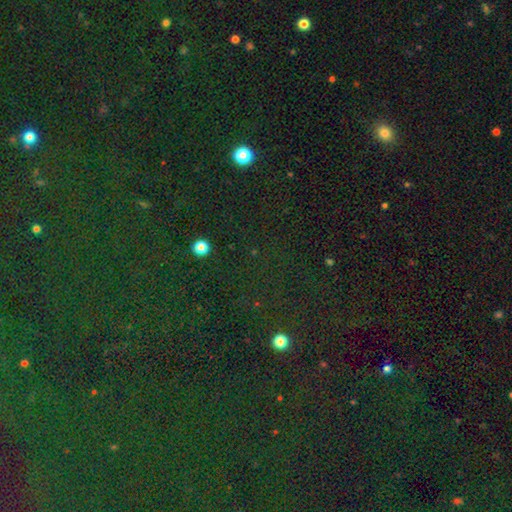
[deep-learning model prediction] Smooth or featured? Predicted: star or artifact (p=0.80).